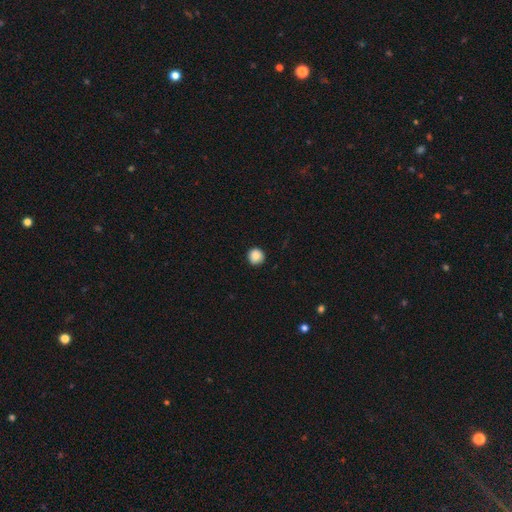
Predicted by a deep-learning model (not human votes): Smooth or featured: smooth — 87% (star or artifact — 9%)
How rounded: round — 95% (in between — 4%)
Merging: none — 91% (minor disturbance — 7%)